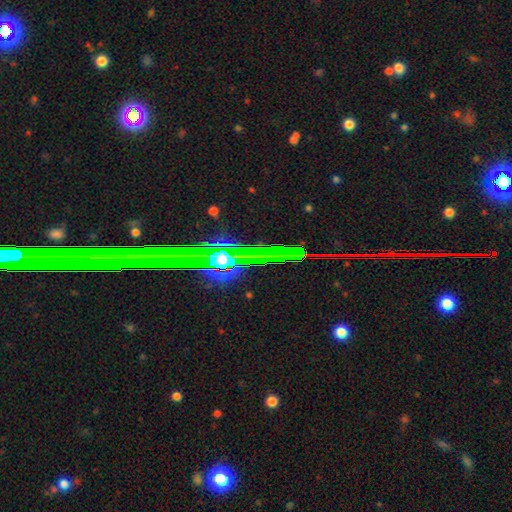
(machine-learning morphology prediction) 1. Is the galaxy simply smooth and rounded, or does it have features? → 54% star or artifact, 34% featured or disk, 12% smooth.